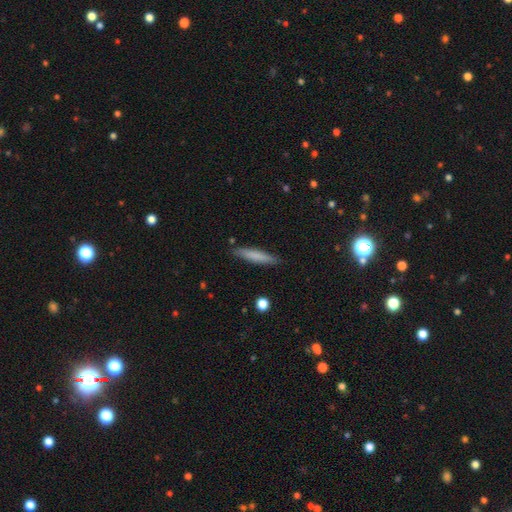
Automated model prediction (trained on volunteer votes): Smooth or featured?
  - smooth: 75% *
  - featured or disk: 19%
  - star or artifact: 6%
How rounded?
  - cigar-shaped: 91% *
  - in between: 8%
  - round: 1%
Merging?
  - none: 87% *
  - minor disturbance: 10%
  - major disturbance: 2%
  - merger: 2%